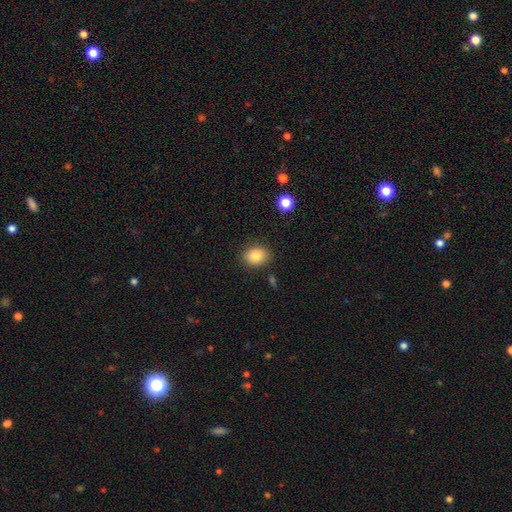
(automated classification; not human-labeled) The model was most divided on "how rounded": round: 52%, in between: 47%, cigar-shaped: 1%. More confident: merging — none (87%); smooth or featured — smooth (82%).